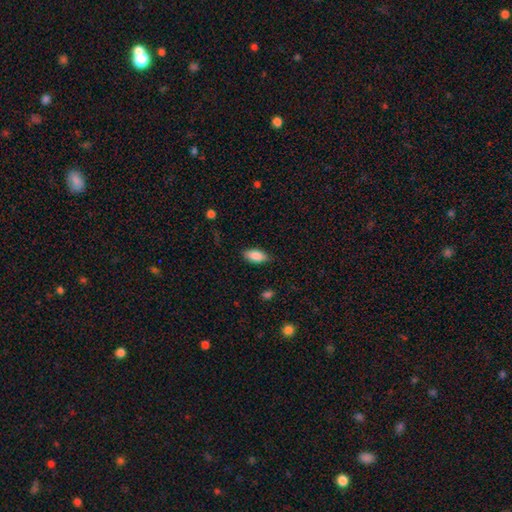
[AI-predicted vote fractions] Smooth or featured: smooth — 86% (featured or disk — 7%)
How rounded: in between — 90% (cigar-shaped — 8%)
Merging: none — 82% (minor disturbance — 14%)